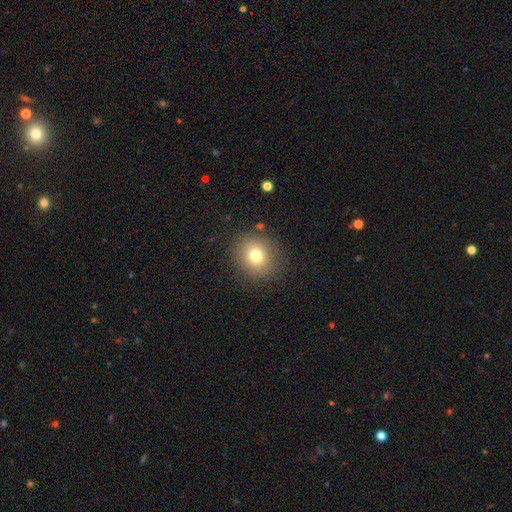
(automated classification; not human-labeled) This appears to be a smooth galaxy with no disk features (76%) that is round (79%). Merging: none (85%).